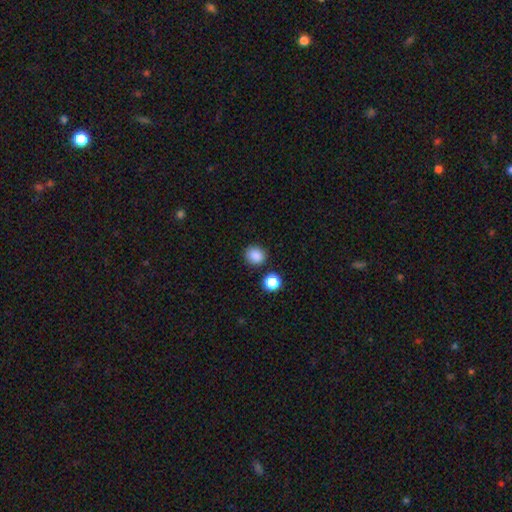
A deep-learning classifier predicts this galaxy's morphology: Smooth or featured? Predicted: smooth (p=0.86). How rounded? Predicted: round (p=0.74). Merging? Predicted: none (p=0.85).